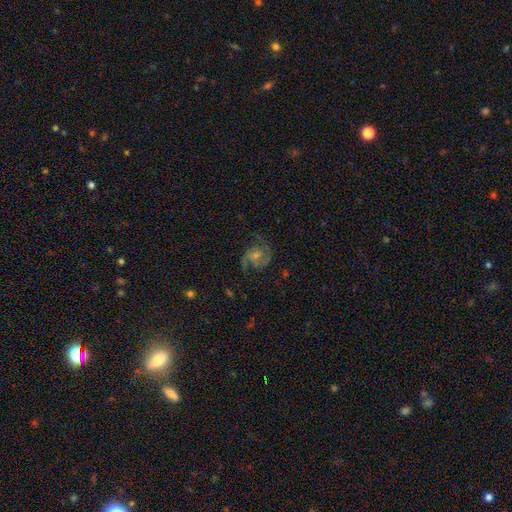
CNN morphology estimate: Smooth or featured?
  - featured or disk: 80% *
  - star or artifact: 11%
  - smooth: 9%
Edge-on disk?
  - no: 98% *
  - yes: 2%
Bar?
  - no: 63% *
  - weak: 31%
  - strong: 6%
Spiral arms?
  - yes: 96% *
  - no: 4%
Spiral winding?
  - medium: 55% *
  - tight: 27%
  - loose: 17%
Spiral arm count?
  - 2: 74% *
  - 3: 10%
  - can't tell: 7%
  - 1: 4%
  - 4: 3%
  - more than 4: 2%
Bulge size?
  - small: 45% *
  - moderate: 44%
  - none: 6%
  - large: 4%
  - dominant: 1%
Merging?
  - none: 74% *
  - minor disturbance: 16%
  - major disturbance: 10%
  - merger: 1%